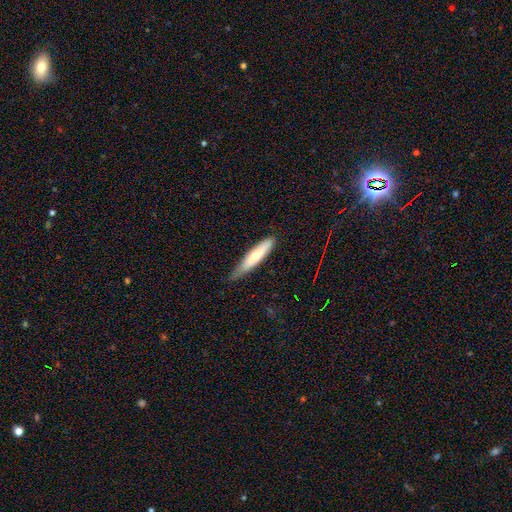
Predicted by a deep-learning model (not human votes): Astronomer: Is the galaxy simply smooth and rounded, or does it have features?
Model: smooth — 64%.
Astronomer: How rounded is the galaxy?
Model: cigar-shaped — 83%.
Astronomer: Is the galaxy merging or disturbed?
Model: none — 73%.